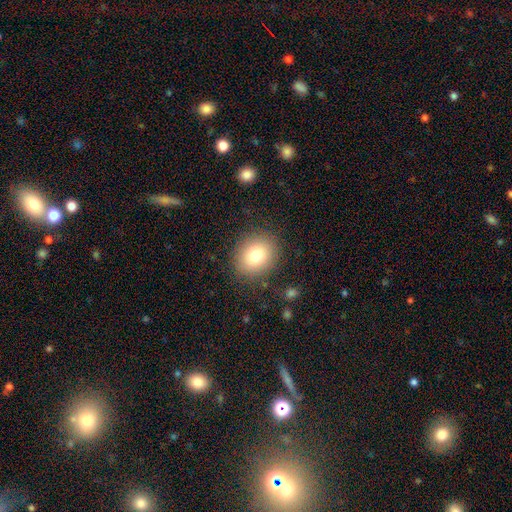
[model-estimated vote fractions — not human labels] Smooth or featured? smooth (79%)
How rounded? round (59%)
Merging? none (86%)